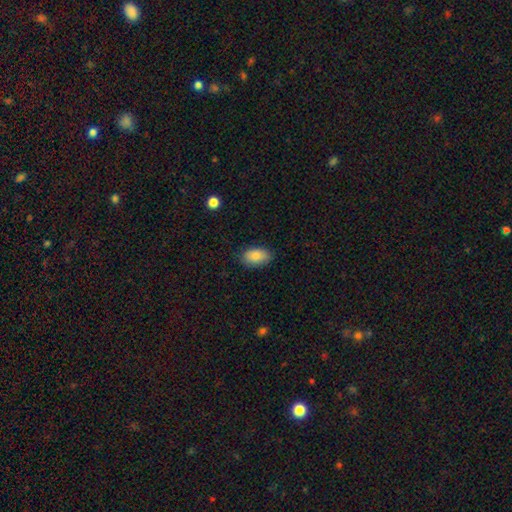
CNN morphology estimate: Smooth or featured? Predicted: smooth (p=0.87). How rounded? Predicted: in between (p=0.92). Merging? Predicted: none (p=0.83).